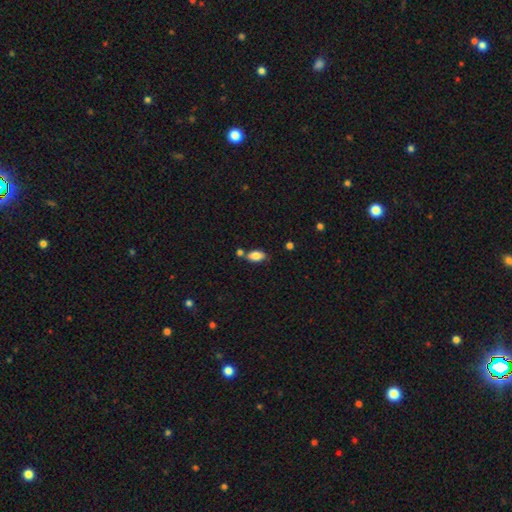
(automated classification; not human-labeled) A smooth galaxy with no disk features (83%) that is in between round and cigar-shaped (92%). Merging: none (66%).